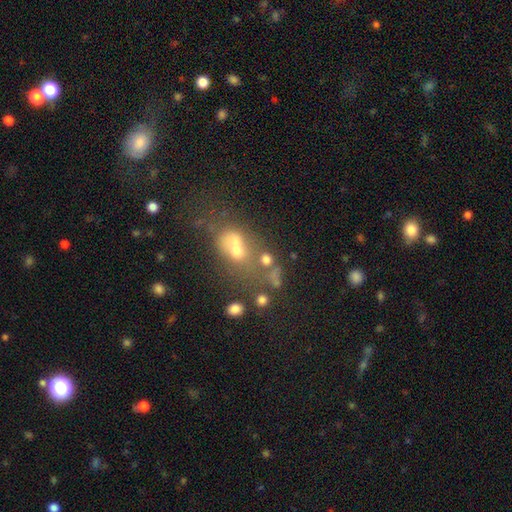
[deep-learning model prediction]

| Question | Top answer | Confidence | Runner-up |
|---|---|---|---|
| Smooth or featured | smooth | 50% | star or artifact (30%) |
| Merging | none | 47% | merger (27%) |